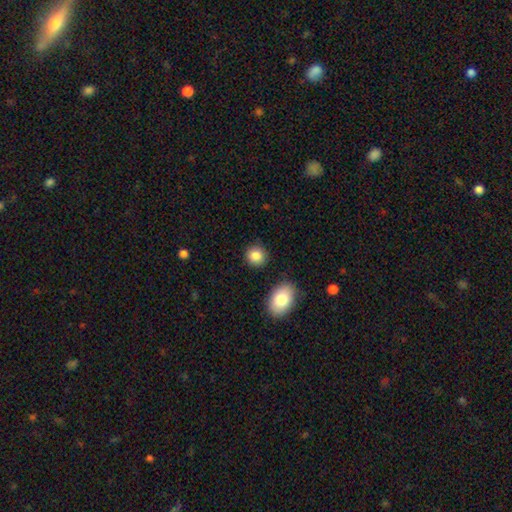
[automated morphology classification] type=smooth (86%); roundness=round (83%); merging=none (87%).